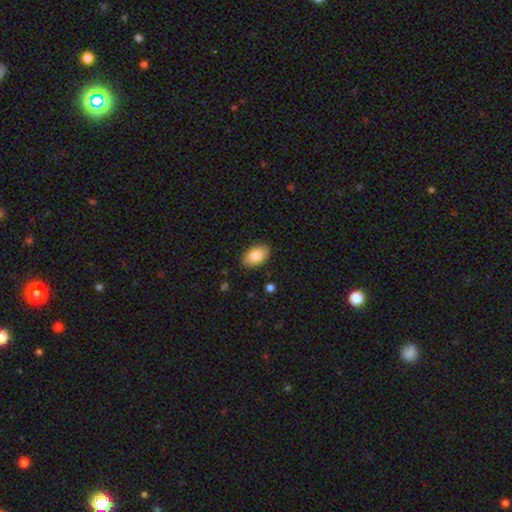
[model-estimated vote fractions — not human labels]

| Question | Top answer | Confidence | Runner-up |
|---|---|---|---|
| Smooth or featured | smooth | 83% | featured or disk (10%) |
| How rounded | in between | 92% | round (7%) |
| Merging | none | 88% | minor disturbance (9%) |